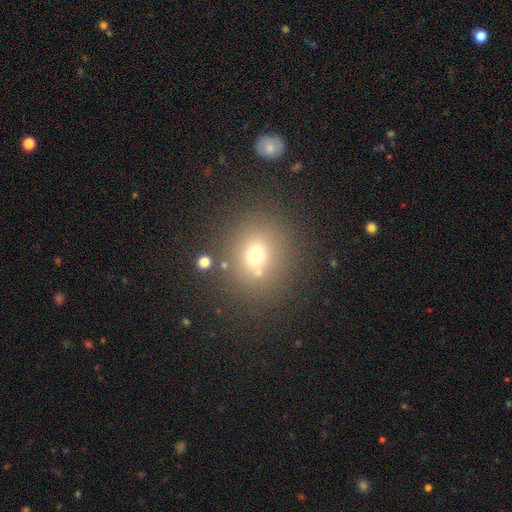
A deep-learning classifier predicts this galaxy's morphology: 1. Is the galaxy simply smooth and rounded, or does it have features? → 66% smooth, 20% star or artifact, 14% featured or disk.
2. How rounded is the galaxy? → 76% round, 23% in between, 1% cigar-shaped.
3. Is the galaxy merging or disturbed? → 74% none, 11% merger, 10% minor disturbance, 5% major disturbance.